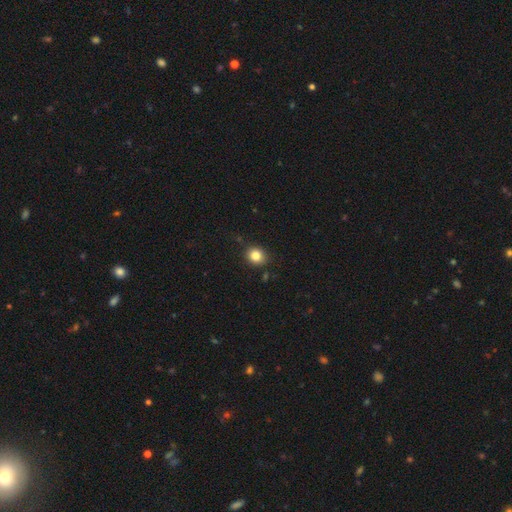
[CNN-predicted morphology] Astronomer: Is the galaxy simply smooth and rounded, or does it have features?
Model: smooth — 84%.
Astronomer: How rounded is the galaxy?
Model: round — 78%.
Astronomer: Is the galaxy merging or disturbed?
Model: none — 86%.